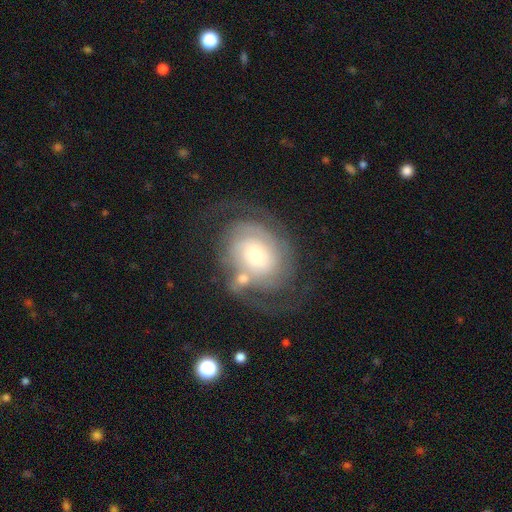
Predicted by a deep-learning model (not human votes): smooth_or_featured: featured or disk (p=0.80) [alt: smooth p=0.14]
disk_edge_on: no (p=0.97) [alt: yes p=0.03]
bar: no (p=0.72) [alt: weak p=0.22]
has_spiral_arms: yes (p=0.93) [alt: no p=0.07]
spiral_winding: tight (p=0.59) [alt: medium p=0.30]
spiral_arm_count: 2 (p=0.57) [alt: can't tell p=0.21]
bulge_size: small (p=0.52) [alt: moderate p=0.32]
merging: none (p=0.57) [alt: minor disturbance p=0.18]